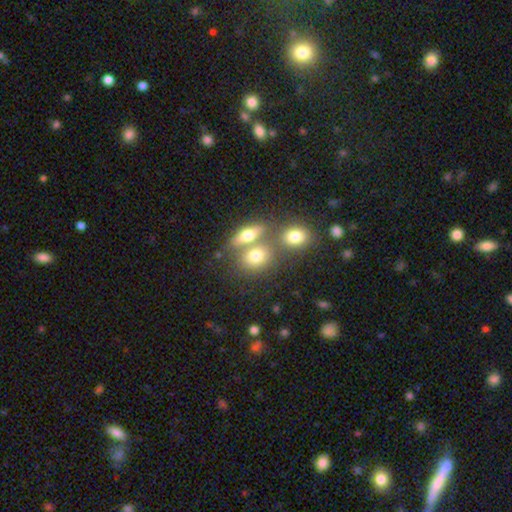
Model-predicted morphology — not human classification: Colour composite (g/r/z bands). It shows a smooth galaxy with no disk features (72%) that is round (52%). Merging: merger (43%, tied with none).